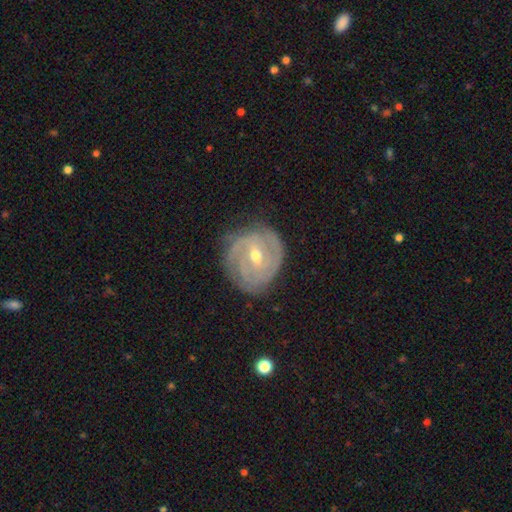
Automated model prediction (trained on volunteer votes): This appears to be a featured or disk galaxy (84%) with a weak bar (50%), tight (69%) spiral arms (93%) and a moderate central bulge (55%). Merging: none (73%).